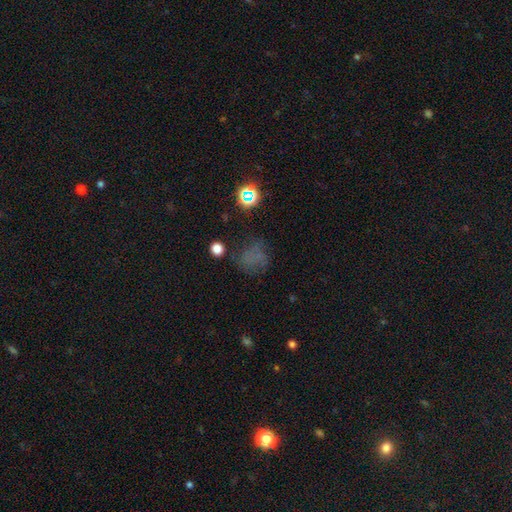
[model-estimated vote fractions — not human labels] The model was most divided on "smooth or featured": smooth: 49%, star or artifact: 33%, featured or disk: 18%. More confident: merging — none (56%).